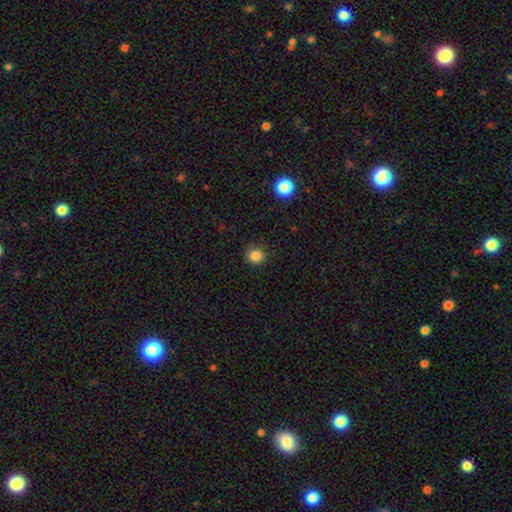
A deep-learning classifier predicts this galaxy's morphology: The model was most divided on "smooth or featured": smooth: 84%, star or artifact: 12%, featured or disk: 4%. More confident: how rounded — round (92%); merging — none (89%).